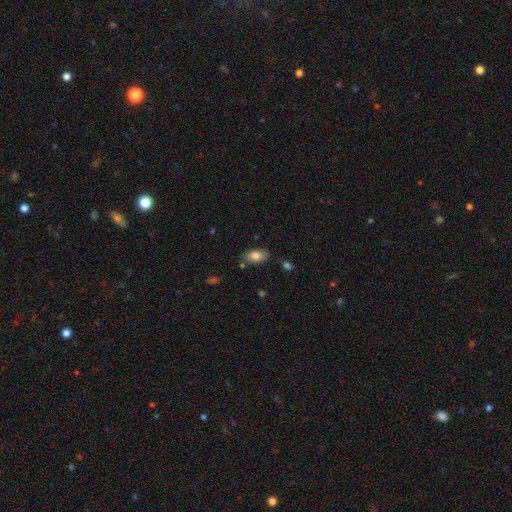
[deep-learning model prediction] Smooth or featured?
  - smooth: 79% *
  - featured or disk: 14%
  - star or artifact: 7%
How rounded?
  - in between: 93% *
  - round: 4%
  - cigar-shaped: 3%
Merging?
  - none: 80% *
  - minor disturbance: 13%
  - merger: 4%
  - major disturbance: 3%